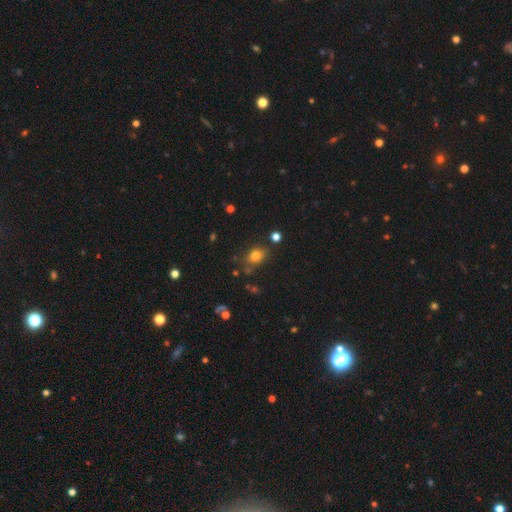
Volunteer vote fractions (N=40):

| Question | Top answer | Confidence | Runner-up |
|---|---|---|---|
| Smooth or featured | smooth | 85% | star or artifact (12%) |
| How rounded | in between | 53% | round (47%) |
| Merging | none | 83% | minor disturbance (17%) |